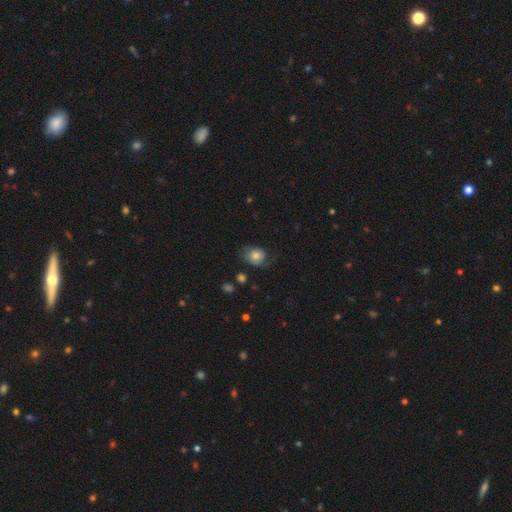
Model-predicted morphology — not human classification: This is likely a smooth galaxy (61%). How rounded: possibly in between (54%). Merging: possibly none (51%).